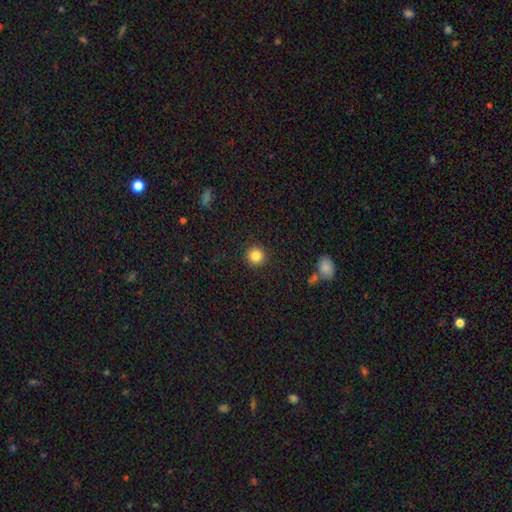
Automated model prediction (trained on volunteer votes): Q: Smooth or featured?
A: smooth (85%); runner-up: star or artifact (11%)
Q: How rounded?
A: round (94%); runner-up: in between (5%)
Q: Merging?
A: none (91%); runner-up: minor disturbance (5%)